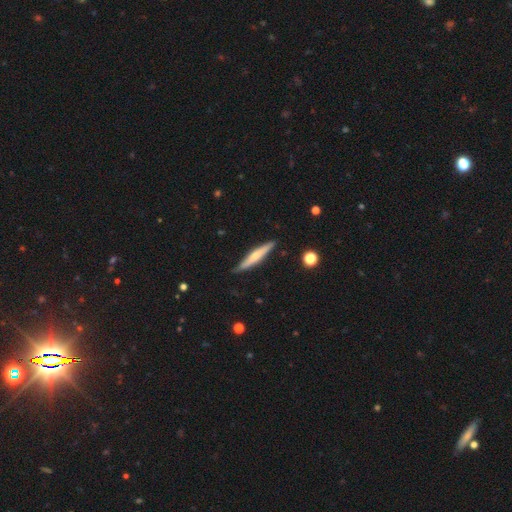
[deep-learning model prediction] This is possibly a featured or disk galaxy (51%). It is clearly viewed edge-on (96%). Merging: clearly none (86%).